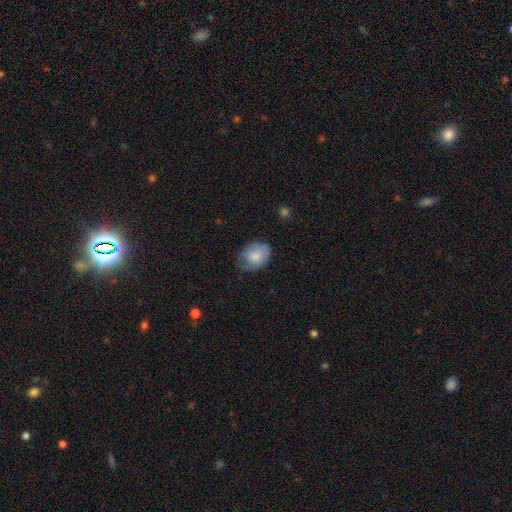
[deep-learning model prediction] smooth 75%, featured or disk 18%, star or artifact 7%. Down the decision tree: how rounded — in between (66%); merging — none (51%).